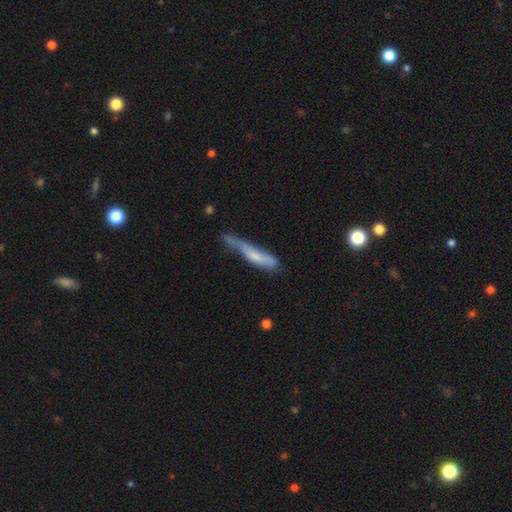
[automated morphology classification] The model was most divided on "merging": minor disturbance: 38%, none: 35%, major disturbance: 21%, merger: 7%. More confident: how rounded — cigar-shaped (88%); smooth or featured — smooth (55%).